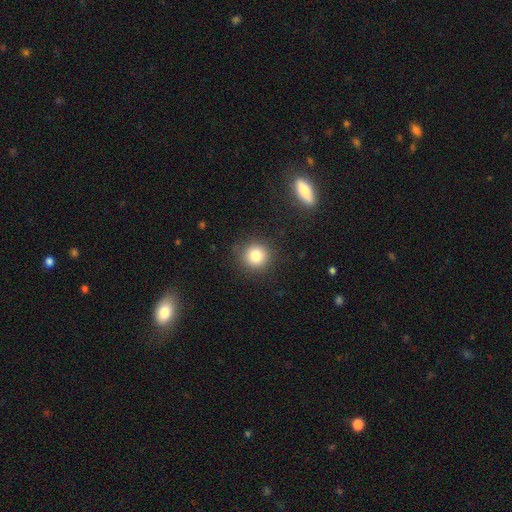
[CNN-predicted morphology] type=smooth (82%); roundness=round (93%); merging=none (88%).